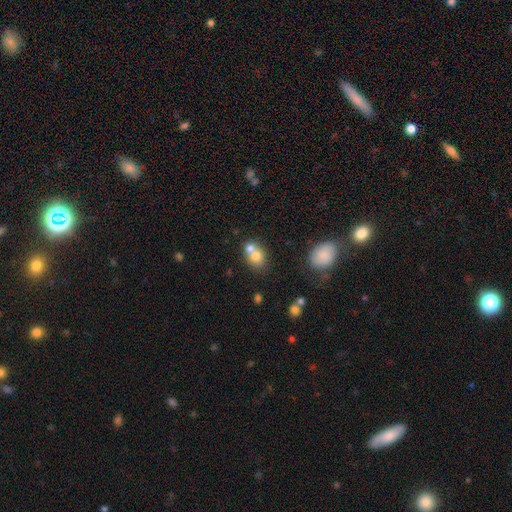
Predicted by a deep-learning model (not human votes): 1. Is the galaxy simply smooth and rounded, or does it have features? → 74% smooth, 16% featured or disk, 10% star or artifact.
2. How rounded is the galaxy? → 58% round, 41% in between, 1% cigar-shaped.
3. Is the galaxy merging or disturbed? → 53% merger, 35% none, 8% minor disturbance, 3% major disturbance.